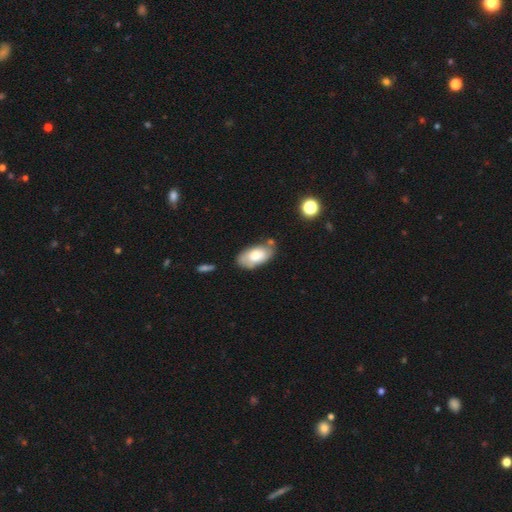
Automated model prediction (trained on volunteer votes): A smooth galaxy with no disk features (69%) that is in between round and cigar-shaped (94%). Merging: none (65%).